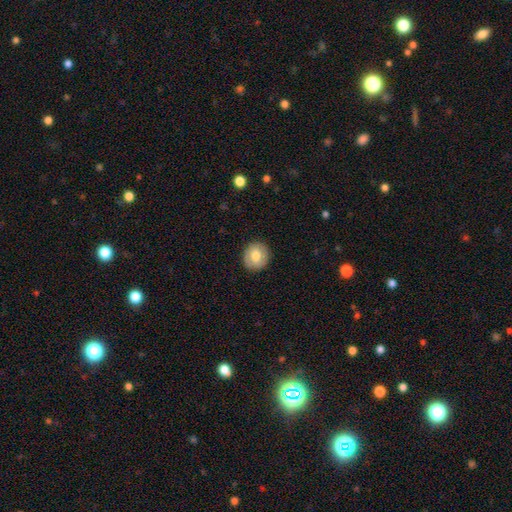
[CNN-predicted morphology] This appears to be a smooth galaxy with no disk features (71%) that is round (81%). Merging: none (89%).